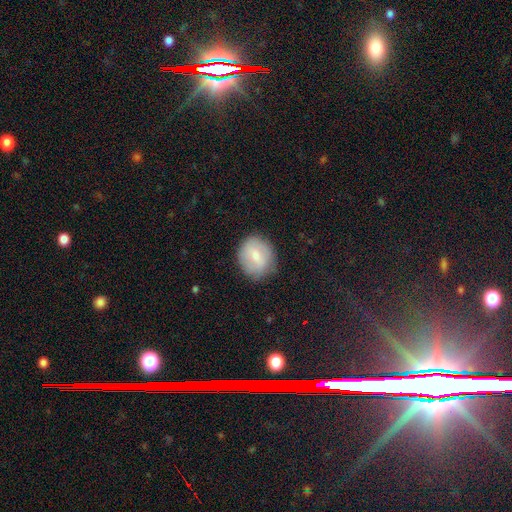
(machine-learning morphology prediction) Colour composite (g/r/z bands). It shows a smooth galaxy with no disk features (71%) that is round (65%). Merging: none (78%).